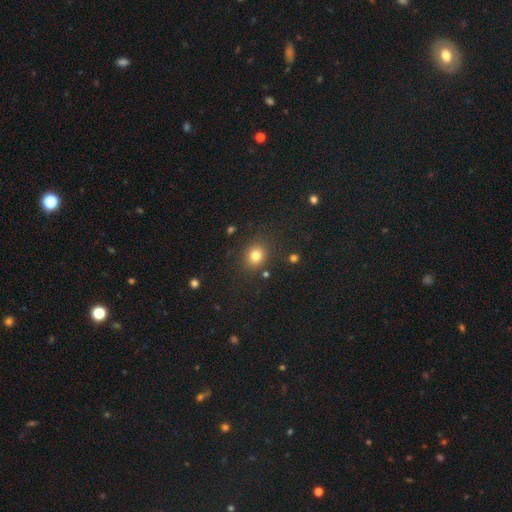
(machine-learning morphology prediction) Smooth or featured: smooth — 80% (star or artifact — 13%)
How rounded: round — 70% (in between — 29%)
Merging: none — 84% (minor disturbance — 9%)